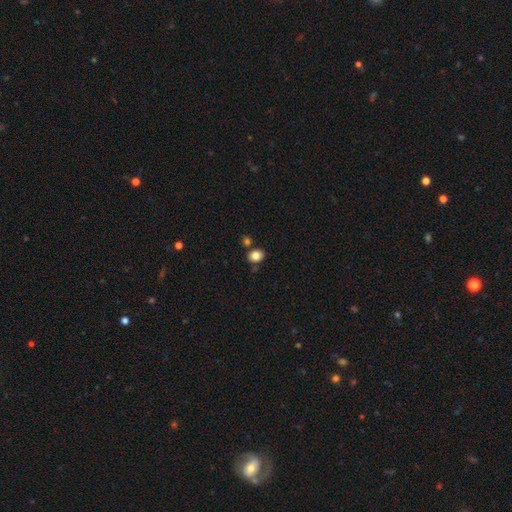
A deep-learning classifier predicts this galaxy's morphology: Smooth or featured?
  - smooth: 83% *
  - star or artifact: 10%
  - featured or disk: 6%
How rounded?
  - round: 53% *
  - in between: 47%
  - cigar-shaped: 1%
Merging?
  - none: 78% *
  - minor disturbance: 10%
  - merger: 9%
  - major disturbance: 3%